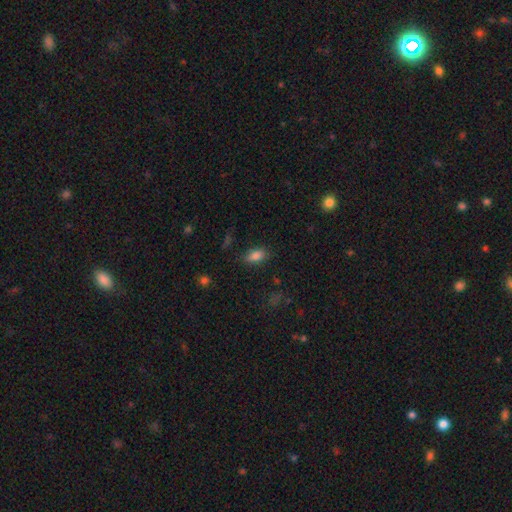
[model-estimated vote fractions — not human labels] Overall: smooth (84%). How rounded: in between (88%). Merging: none (82%).